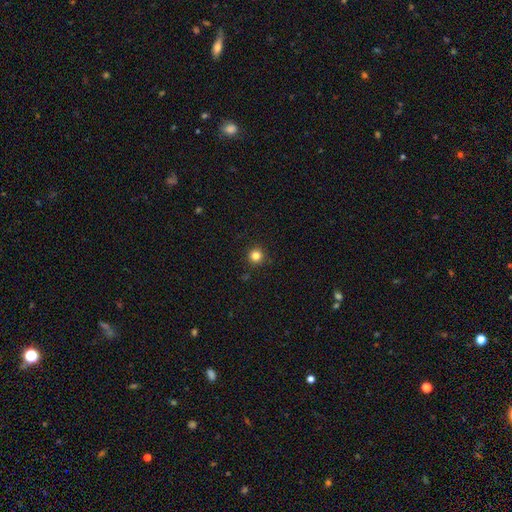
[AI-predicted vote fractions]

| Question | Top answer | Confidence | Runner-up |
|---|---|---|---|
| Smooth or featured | smooth | 83% | star or artifact (13%) |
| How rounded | round | 96% | in between (3%) |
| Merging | none | 91% | minor disturbance (6%) |